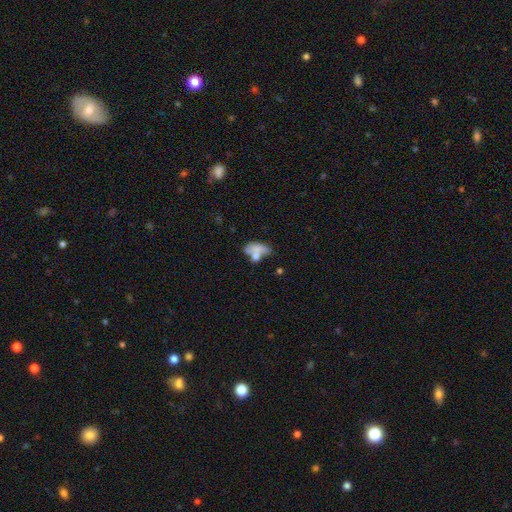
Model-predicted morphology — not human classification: Smooth or featured? smooth (62%)
How rounded? in between (84%)
Merging? merger (39%)